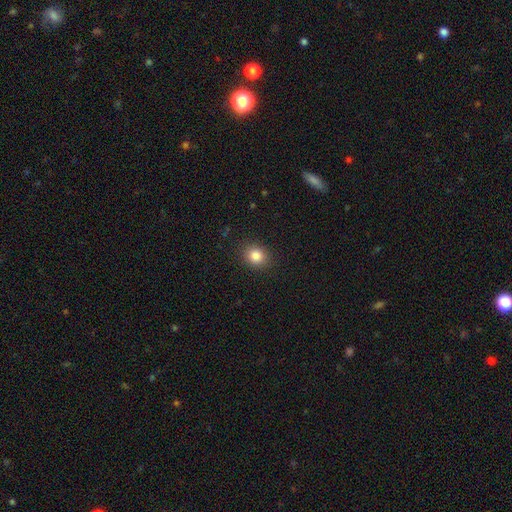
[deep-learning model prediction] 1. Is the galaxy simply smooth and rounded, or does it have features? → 85% smooth, 10% star or artifact, 5% featured or disk.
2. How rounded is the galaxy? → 64% round, 35% in between, 1% cigar-shaped.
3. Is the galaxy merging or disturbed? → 88% none, 8% minor disturbance, 3% major disturbance, 1% merger.